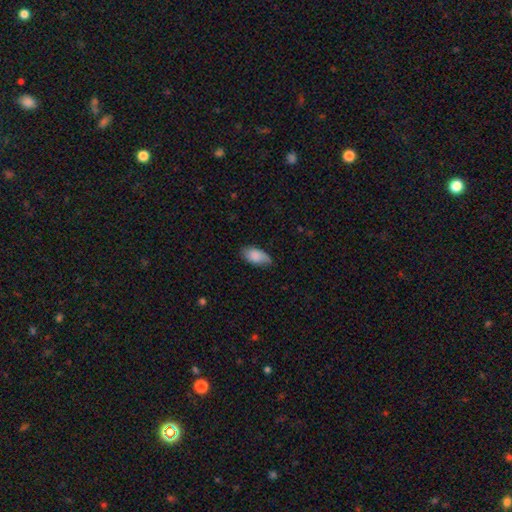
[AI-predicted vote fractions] A smooth galaxy with no disk features (83%) that is in between round and cigar-shaped (93%). Merging: none (66%).